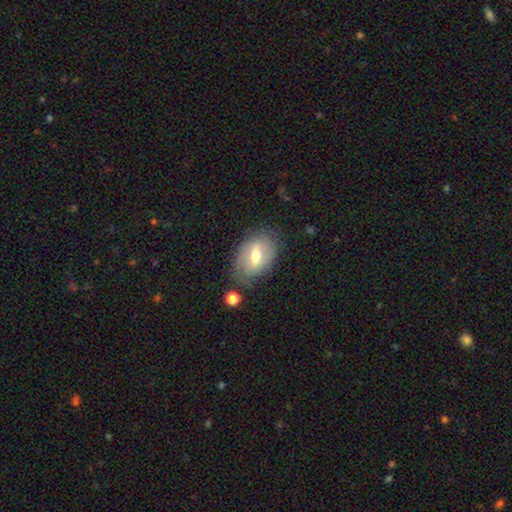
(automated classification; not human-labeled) This appears to be a featured or disk galaxy (47%). Merging: none (69%).